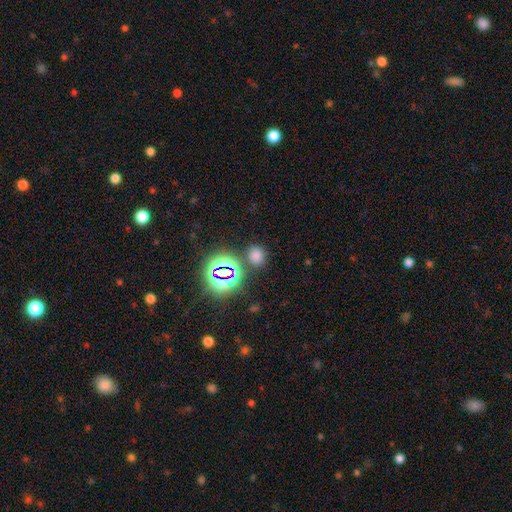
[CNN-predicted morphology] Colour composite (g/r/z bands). It shows a smooth galaxy with no disk features (66%) that is round (69%). Merging: none (80%).